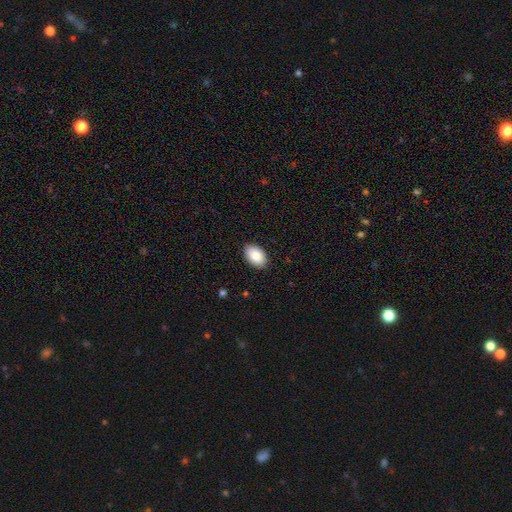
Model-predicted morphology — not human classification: smooth 88%, star or artifact 6%, featured or disk 6%. Down the decision tree: how rounded — in between (91%); merging — none (88%).